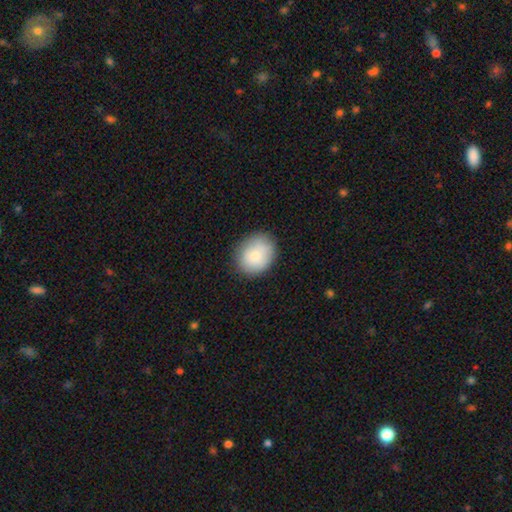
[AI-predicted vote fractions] This is clearly a smooth galaxy (81%). How rounded: likely round (61%). Merging: clearly none (82%).